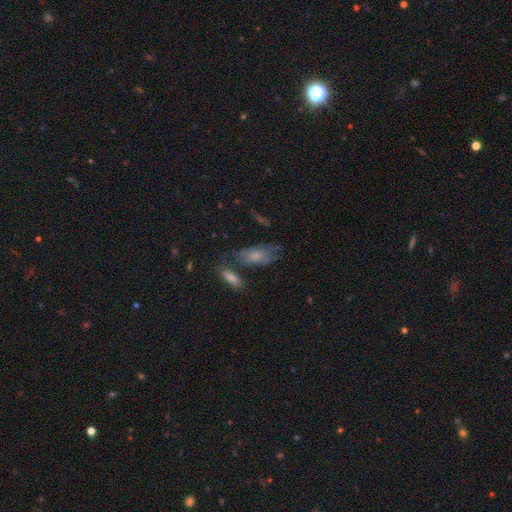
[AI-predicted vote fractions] The model was most divided on "smooth or featured": smooth: 56%, featured or disk: 35%, star or artifact: 9%. Remaining: how rounded — in between (82%); merging — none (49%).